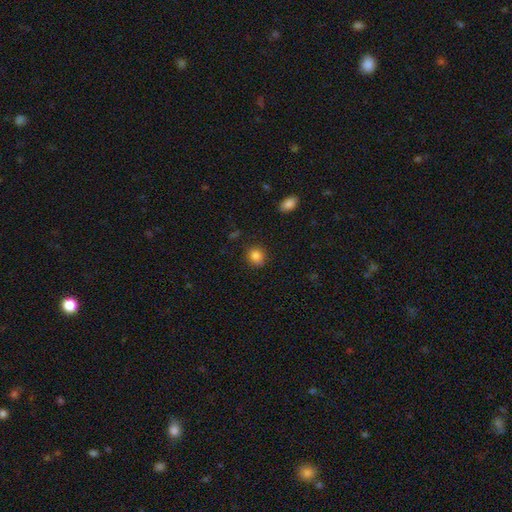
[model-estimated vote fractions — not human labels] Overall: smooth (85%). How rounded: round (76%). Merging: none (83%).